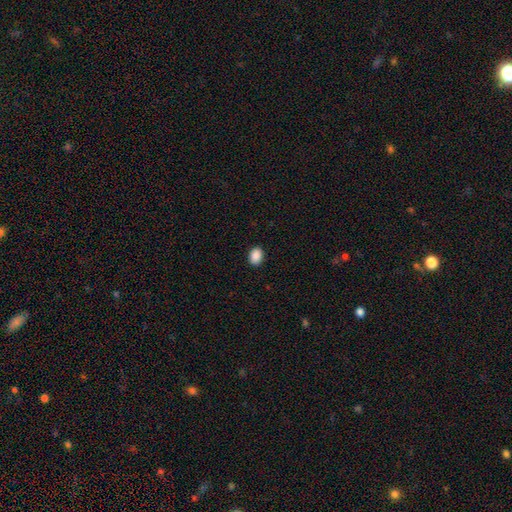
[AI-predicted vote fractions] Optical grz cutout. It shows a smooth galaxy with no disk features (90%) that is in between round and cigar-shaped (66%). Merging: none (90%).